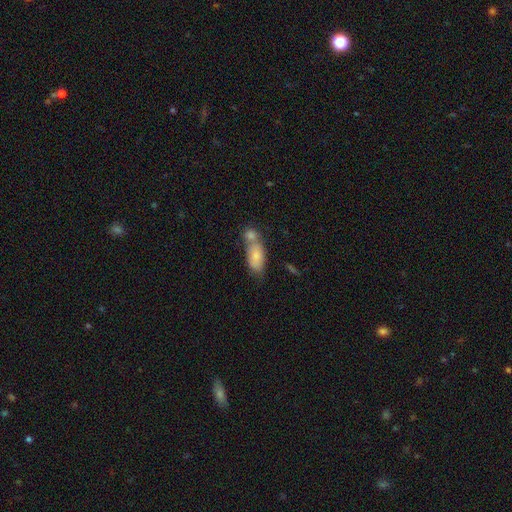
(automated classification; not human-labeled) Q: Smooth or featured?
A: smooth (77%); runner-up: featured or disk (16%)
Q: How rounded?
A: in between (82%); runner-up: cigar-shaped (13%)
Q: Merging?
A: merger (48%); runner-up: none (34%)